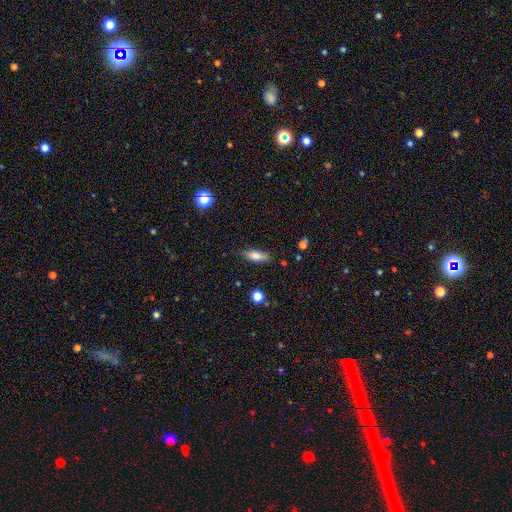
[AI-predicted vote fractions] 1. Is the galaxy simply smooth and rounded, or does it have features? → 78% smooth, 15% featured or disk, 8% star or artifact.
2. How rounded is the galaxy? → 64% in between, 34% cigar-shaped, 3% round.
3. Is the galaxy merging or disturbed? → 78% none, 17% minor disturbance, 3% major disturbance, 2% merger.